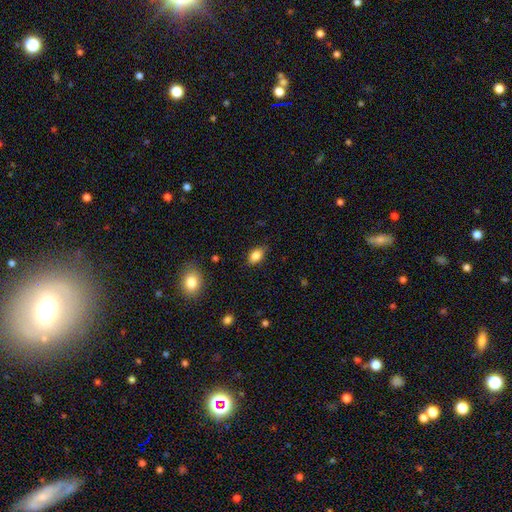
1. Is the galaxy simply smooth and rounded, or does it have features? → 92% smooth, 8% star or artifact, 0% featured or disk.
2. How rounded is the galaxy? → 80% in between, 14% round, 6% cigar-shaped.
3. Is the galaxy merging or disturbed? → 83% none, 9% minor disturbance, 6% major disturbance, 3% merger.